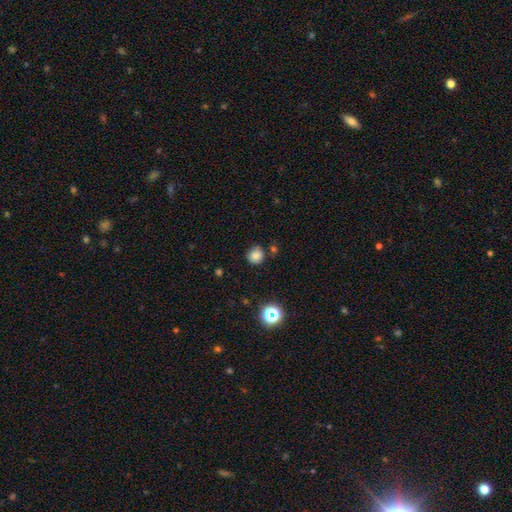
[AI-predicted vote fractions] Morphology: type=smooth (80%); roundness=round (88%); merging=none (78%).